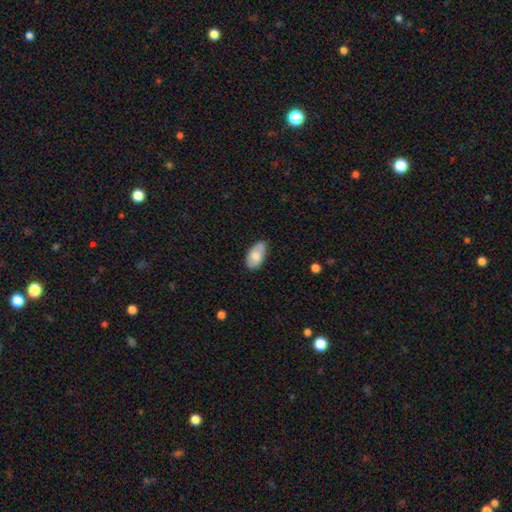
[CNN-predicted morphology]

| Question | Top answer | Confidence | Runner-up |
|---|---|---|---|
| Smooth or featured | smooth | 79% | featured or disk (15%) |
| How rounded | in between | 94% | round (3%) |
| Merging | none | 68% | minor disturbance (26%) |